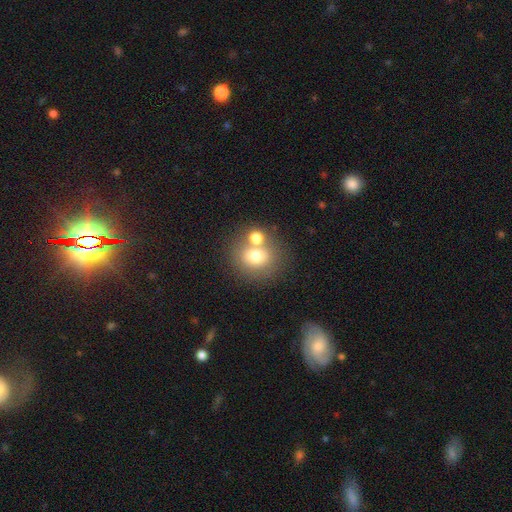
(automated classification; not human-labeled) A smooth galaxy with no disk features (71%) that is round (78%).

Vote fractions:
- Smooth or featured? smooth: 71% / featured or disk: 16% / star or artifact: 13%
- How rounded? round: 78% / in between: 21% / cigar-shaped: 1%
- Merging? none: 53% / merger: 35% / minor disturbance: 8% / major disturbance: 4%